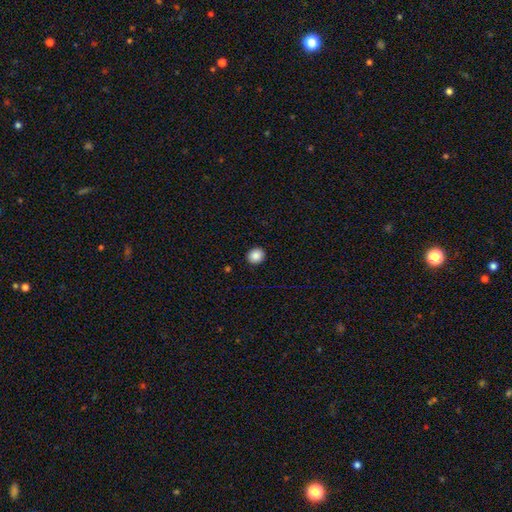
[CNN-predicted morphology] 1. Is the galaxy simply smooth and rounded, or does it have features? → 88% smooth, 9% star or artifact, 3% featured or disk.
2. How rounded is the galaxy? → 80% round, 19% in between, 1% cigar-shaped.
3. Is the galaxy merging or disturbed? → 92% none, 5% minor disturbance, 2% major disturbance, 1% merger.